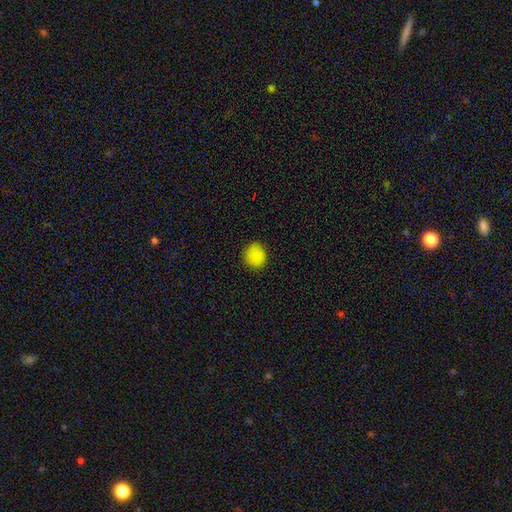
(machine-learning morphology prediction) A smooth galaxy with no disk features (86%) that is round (81%). Merging: none (87%).